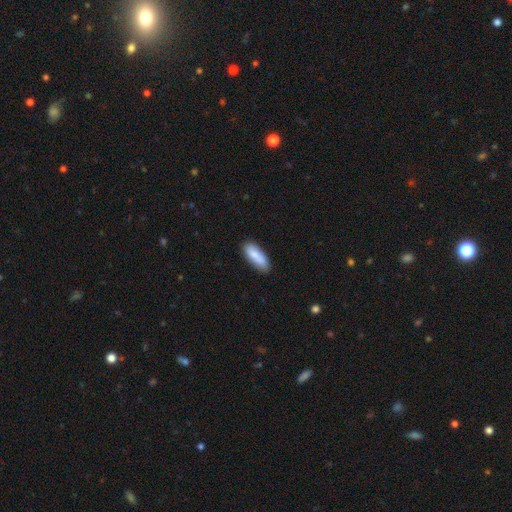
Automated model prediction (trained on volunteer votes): Smooth or featured?
  - smooth: 82% *
  - featured or disk: 12%
  - star or artifact: 6%
How rounded?
  - in between: 64% *
  - cigar-shaped: 34%
  - round: 2%
Merging?
  - none: 76% *
  - minor disturbance: 18%
  - merger: 3%
  - major disturbance: 3%